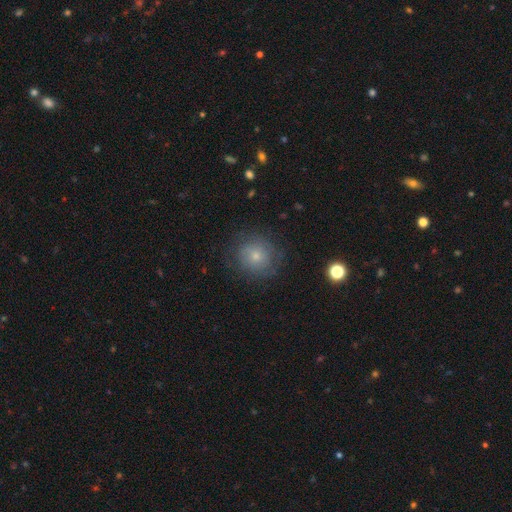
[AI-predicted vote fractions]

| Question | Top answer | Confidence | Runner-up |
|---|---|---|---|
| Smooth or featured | smooth | 68% | featured or disk (22%) |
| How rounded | round | 90% | in between (9%) |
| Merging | none | 78% | minor disturbance (14%) |